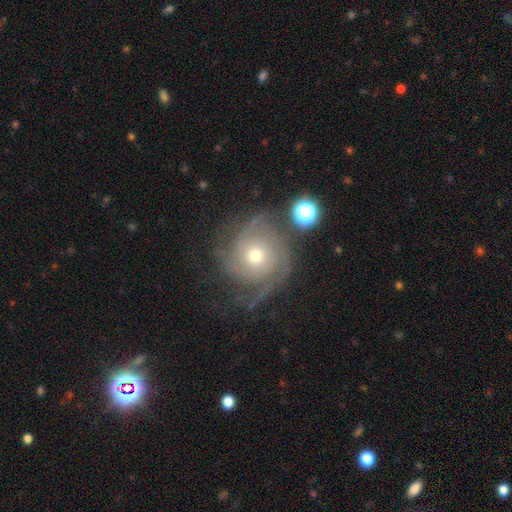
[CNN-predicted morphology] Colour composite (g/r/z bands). It shows a featured or disk galaxy (84%) with no bar (82%), 2 (38%) tight (56%) spiral arms (96%) and a moderate central bulge (50%). Merging: none (60%).